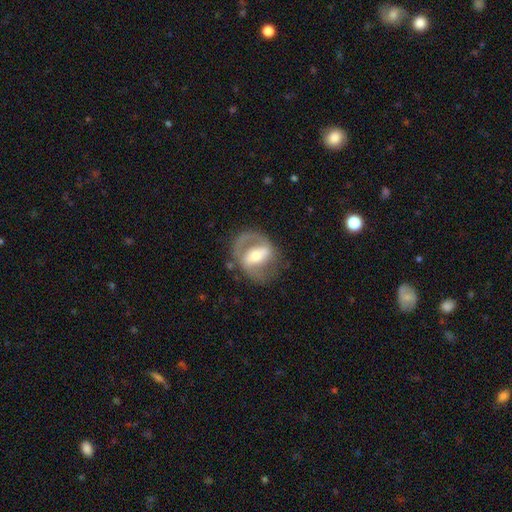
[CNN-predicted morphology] A featured or disk galaxy (77%) with a strong bar (49%), 2 (75%) medium (49%) spiral arms (74%) and a moderate central bulge (59%).

Vote fractions:
- Smooth or featured? featured or disk: 77% / smooth: 17% / star or artifact: 6%
- Edge-on disk? no: 95% / yes: 5%
- Bar? strong: 49% / weak: 32% / no: 19%
- Spiral arms? yes: 74% / no: 26%
- Spiral winding? medium: 49% / tight: 27% / loose: 24%
- Spiral arm count? 2: 75% / 1: 13% / can't tell: 9% / 3: 1% / 4: 1% / more than 4: 1%
- Bulge size? moderate: 59% / small: 27% / large: 11% / none: 2% / dominant: 1%
- Merging? none: 64% / minor disturbance: 18% / major disturbance: 16% / merger: 2%